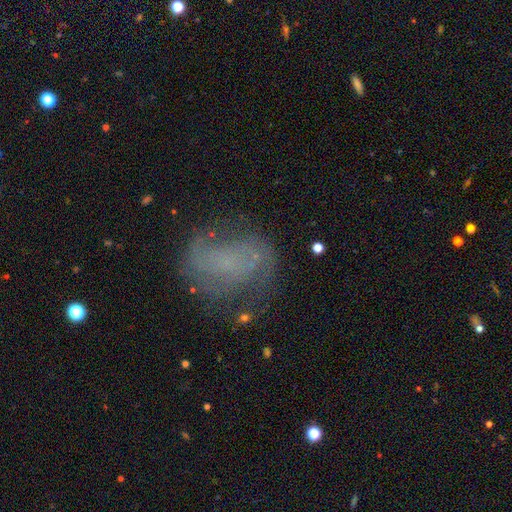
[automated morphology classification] A featured or disk galaxy (64%) with no bar (69%), spiral arms (75%) and no central bulge (61%). Merging: none (58%).